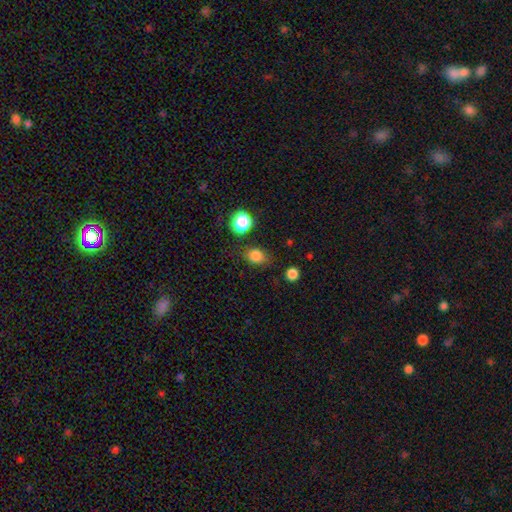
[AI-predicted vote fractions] A smooth galaxy with no disk features (83%) that is round (52%).

Vote fractions:
- Smooth or featured? smooth: 83% / star or artifact: 12% / featured or disk: 5%
- How rounded? round: 52% / in between: 47% / cigar-shaped: 1%
- Merging? none: 74% / minor disturbance: 17% / major disturbance: 5% / merger: 4%